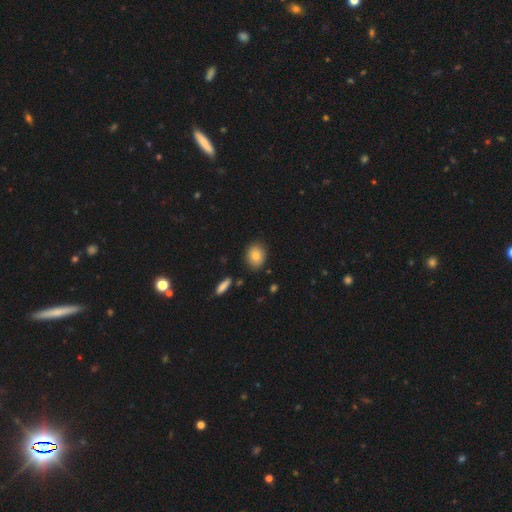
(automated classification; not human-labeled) Q: Smooth or featured?
A: smooth (83%); runner-up: featured or disk (9%)
Q: How rounded?
A: in between (50%); runner-up: round (48%)
Q: Merging?
A: none (85%); runner-up: minor disturbance (10%)